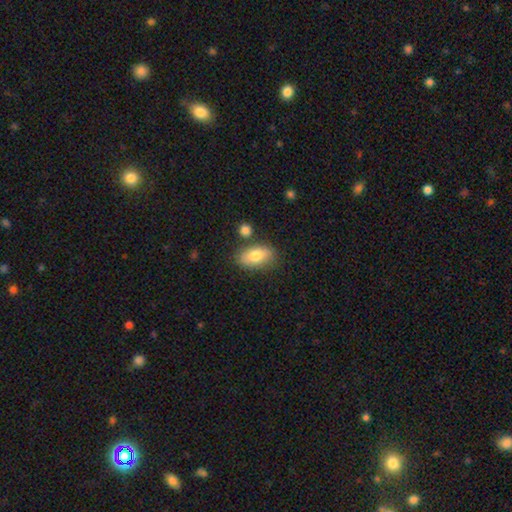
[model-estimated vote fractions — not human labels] Smooth or featured?
  - smooth: 78% *
  - featured or disk: 15%
  - star or artifact: 7%
How rounded?
  - in between: 90% *
  - round: 6%
  - cigar-shaped: 4%
Merging?
  - none: 76% *
  - minor disturbance: 13%
  - merger: 8%
  - major disturbance: 3%